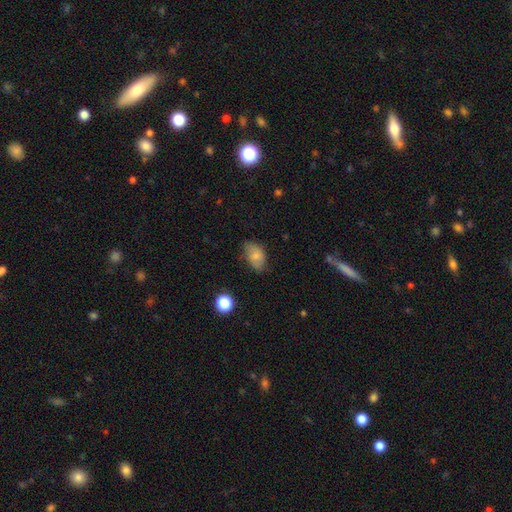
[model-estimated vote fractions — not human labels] Smooth or featured?
  - smooth: 75% *
  - featured or disk: 17%
  - star or artifact: 9%
How rounded?
  - in between: 88% *
  - round: 11%
  - cigar-shaped: 2%
Merging?
  - none: 66% *
  - minor disturbance: 26%
  - major disturbance: 6%
  - merger: 2%